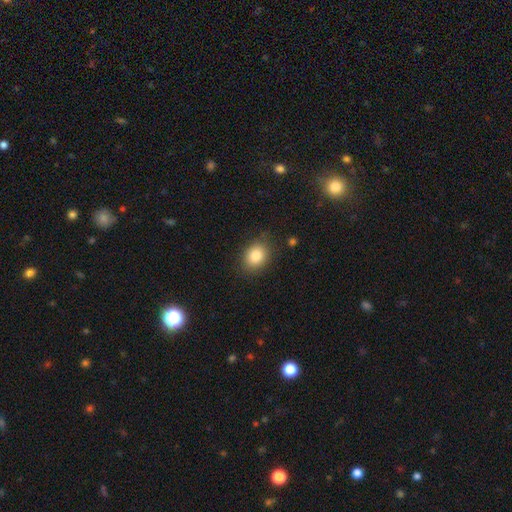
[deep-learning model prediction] Smooth or featured? smooth (83%)
How rounded? in between (56%)
Merging? none (82%)